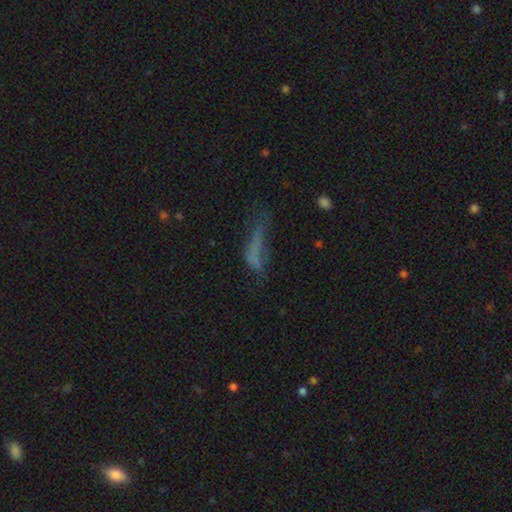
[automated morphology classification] Q: Smooth or featured?
A: smooth (51%); runner-up: featured or disk (29%)
Q: How rounded?
A: cigar-shaped (63%); runner-up: in between (32%)
Q: Merging?
A: none (35%); runner-up: major disturbance (34%)